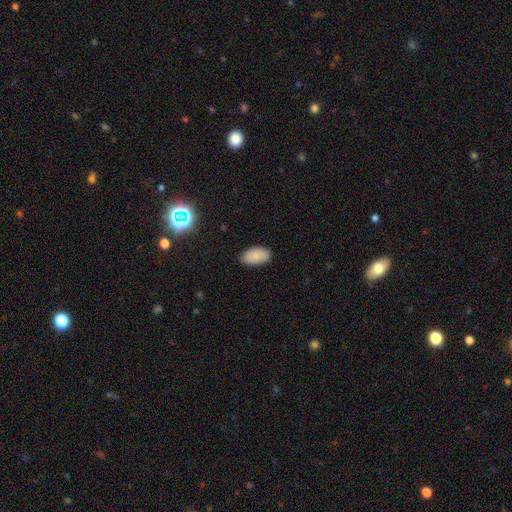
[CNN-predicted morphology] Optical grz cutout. It shows a smooth galaxy with no disk features (86%) that is in between round and cigar-shaped (95%). Merging: none (84%).